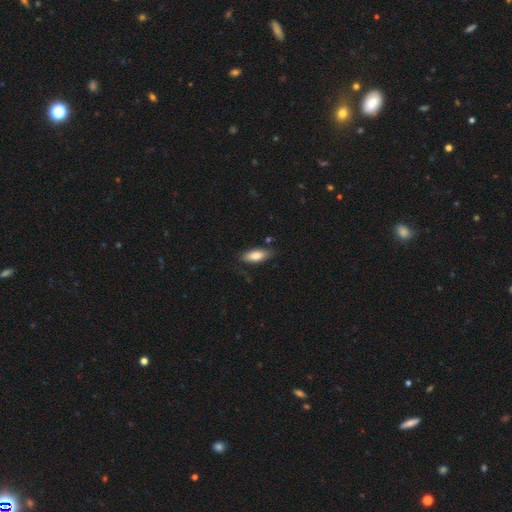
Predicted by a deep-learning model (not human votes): The model was most divided on "merging": none: 76%, minor disturbance: 18%, major disturbance: 4%, merger: 2%. More confident: smooth or featured — smooth (80%); how rounded — in between (80%).